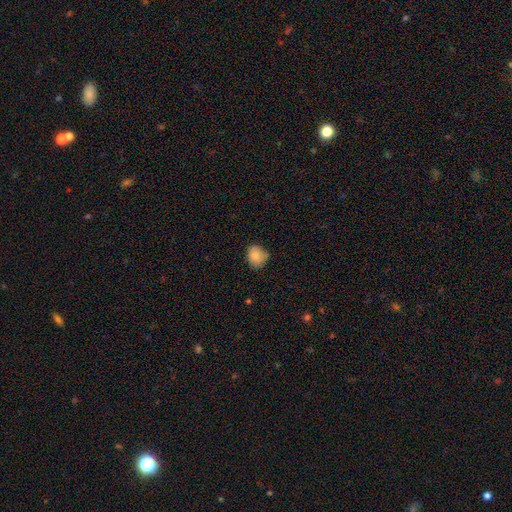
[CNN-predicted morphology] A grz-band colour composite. It shows a smooth galaxy with no disk features (86%) that is round (70%). Merging: none (68%).